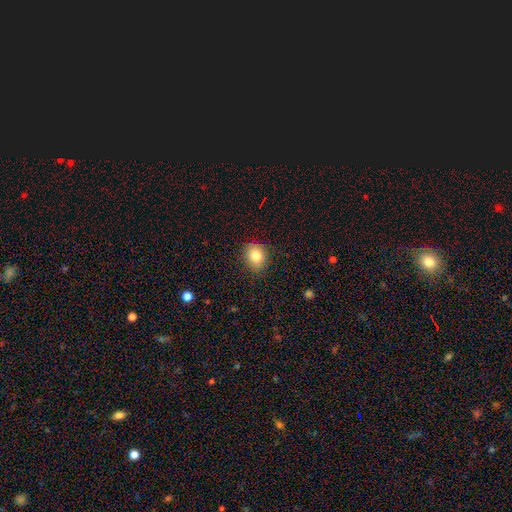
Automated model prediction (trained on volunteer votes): The model was most divided on "how rounded": round: 64%, in between: 35%, cigar-shaped: 1%. More confident: merging — none (85%); smooth or featured — smooth (82%).